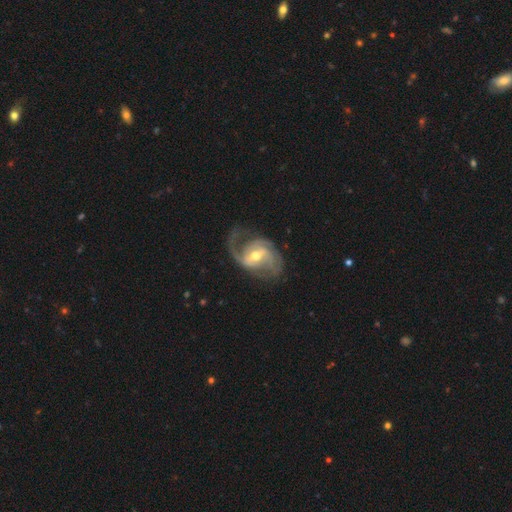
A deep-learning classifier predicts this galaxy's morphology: type=featured or disk (90%); edge-on=no (97%); bar=weak (47%); spiral arms=yes (96%); winding=medium (47%); arm count=2 (58%); bulge=moderate (62%); merging=none (58%).